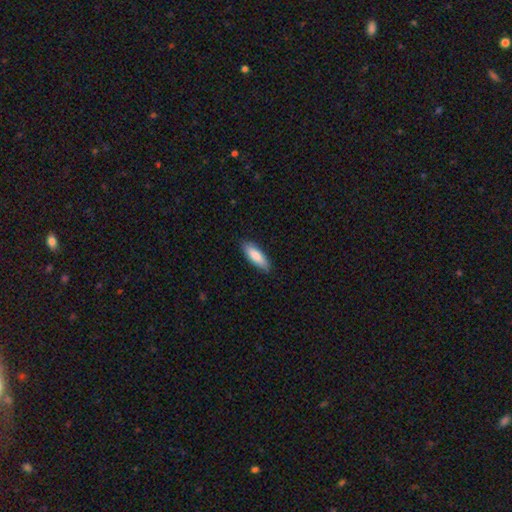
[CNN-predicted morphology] smooth_or_featured: smooth (p=0.85) [alt: featured or disk p=0.09]
how_rounded: in between (p=0.56) [alt: cigar-shaped p=0.42]
merging: none (p=0.87) [alt: minor disturbance p=0.10]